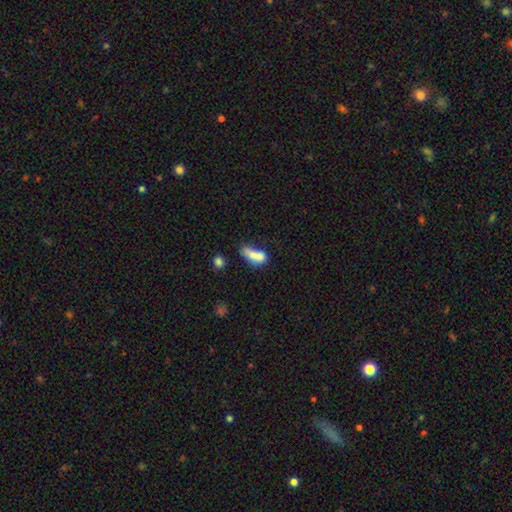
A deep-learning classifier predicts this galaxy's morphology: The model was most divided on "merging": none: 30%, merger: 28%, minor disturbance: 24%, major disturbance: 18%. More confident: smooth or featured — smooth (73%); how rounded — in between (67%).